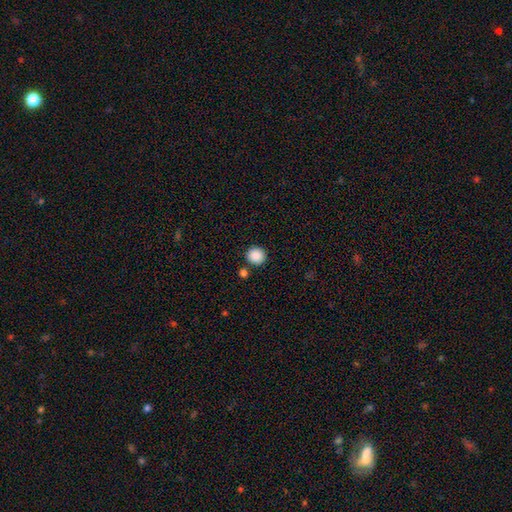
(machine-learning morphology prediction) type=smooth (88%); roundness=round (92%); merging=none (85%).